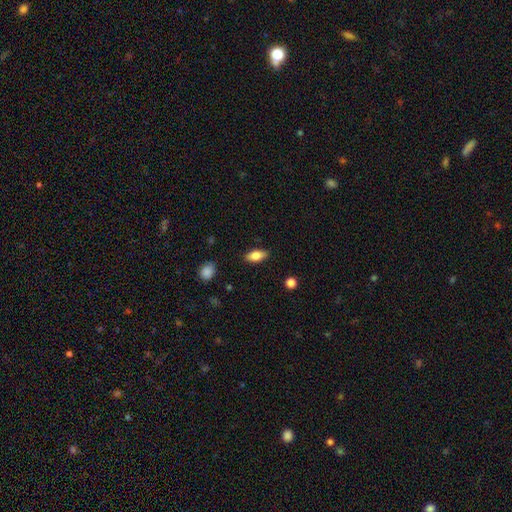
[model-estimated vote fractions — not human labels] Smooth or featured? Predicted: smooth (p=0.79). How rounded? Predicted: in between (p=0.87). Merging? Predicted: none (p=0.86).